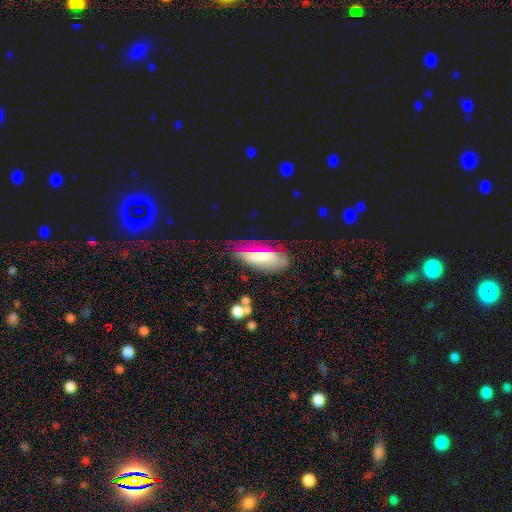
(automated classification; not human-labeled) The model was most divided on "smooth or featured": smooth: 47%, featured or disk: 39%, star or artifact: 13%. More confident: merging — none (56%).